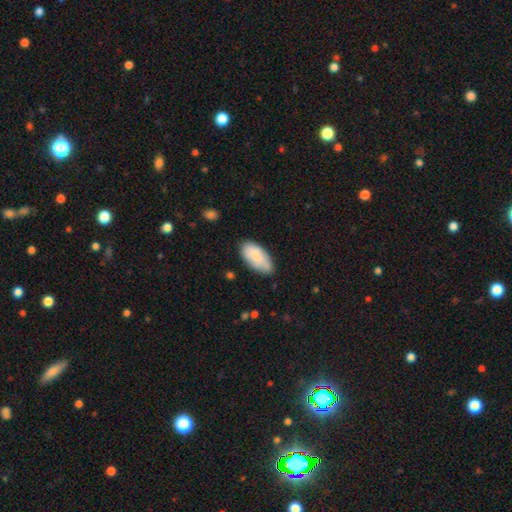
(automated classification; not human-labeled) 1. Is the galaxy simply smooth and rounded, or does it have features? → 82% smooth, 12% featured or disk, 6% star or artifact.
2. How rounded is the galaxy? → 94% in between, 4% cigar-shaped, 2% round.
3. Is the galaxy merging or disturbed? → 69% none, 24% minor disturbance, 4% major disturbance, 2% merger.